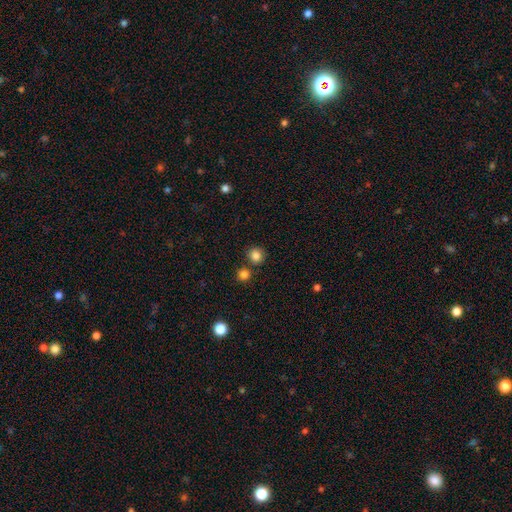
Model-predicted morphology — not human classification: Smooth or featured: smooth — 84% (star or artifact — 12%)
How rounded: round — 88% (in between — 11%)
Merging: none — 78% (merger — 11%)